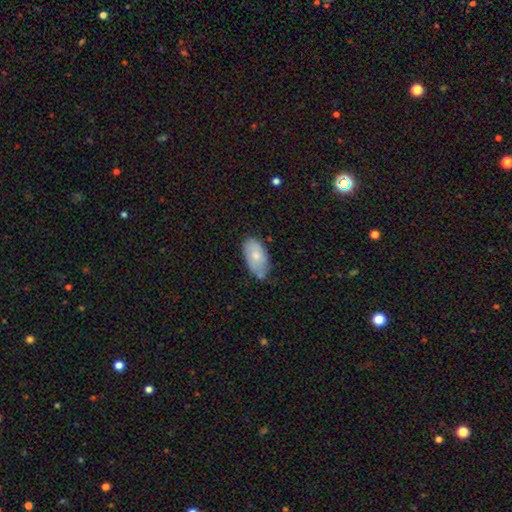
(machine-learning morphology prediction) smooth 72%, featured or disk 22%, star or artifact 6%. Down the decision tree: how rounded — in between (94%); merging — none (53%).